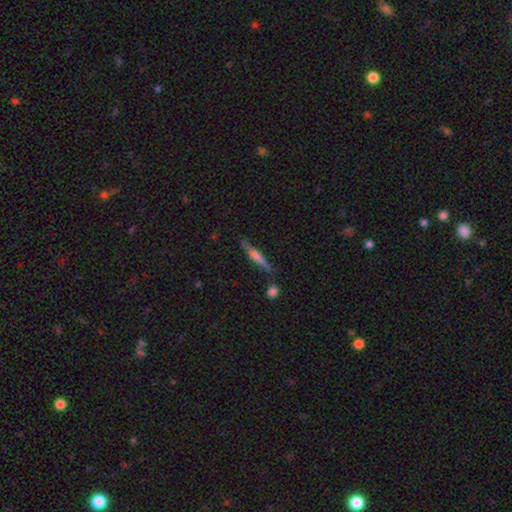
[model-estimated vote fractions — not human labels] The model was most divided on "smooth or featured": featured or disk: 55%, smooth: 37%, star or artifact: 8%. More confident: edge-on disk — yes (96%); merging — none (79%); edge-on bulge — rounded (58%).